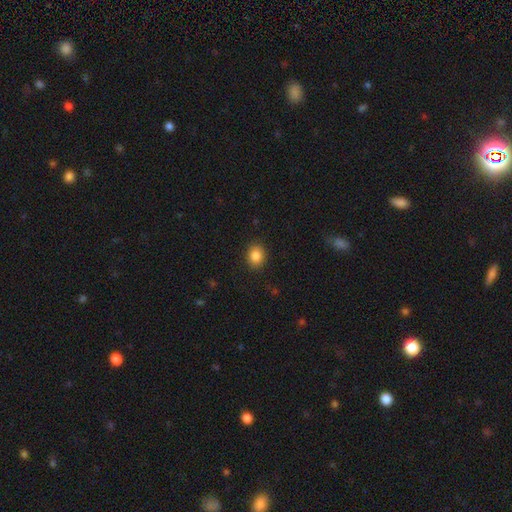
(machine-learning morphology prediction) smooth_or_featured: smooth (p=0.86) [alt: star or artifact p=0.09]
how_rounded: round (p=0.57) [alt: in between p=0.43]
merging: none (p=0.89) [alt: minor disturbance p=0.08]